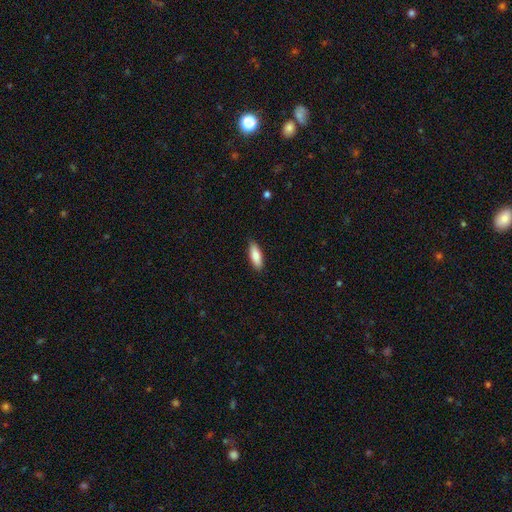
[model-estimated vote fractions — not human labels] smooth_or_featured: smooth (p=0.83) [alt: featured or disk p=0.11]
how_rounded: in between (p=0.66) [alt: cigar-shaped p=0.32]
merging: none (p=0.88) [alt: minor disturbance p=0.09]